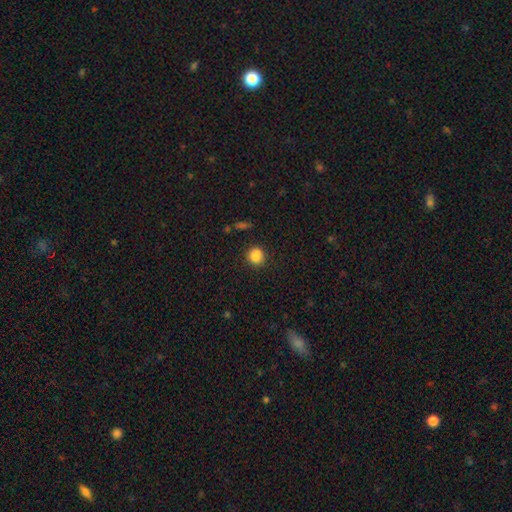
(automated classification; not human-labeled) smooth-or-featured: smooth: 85% | star or artifact: 11% | featured or disk: 4%
  how-rounded: round: 78% | in between: 21% | cigar-shaped: 1%
  merging: none: 81% | minor disturbance: 12% | merger: 3% | major disturbance: 3%